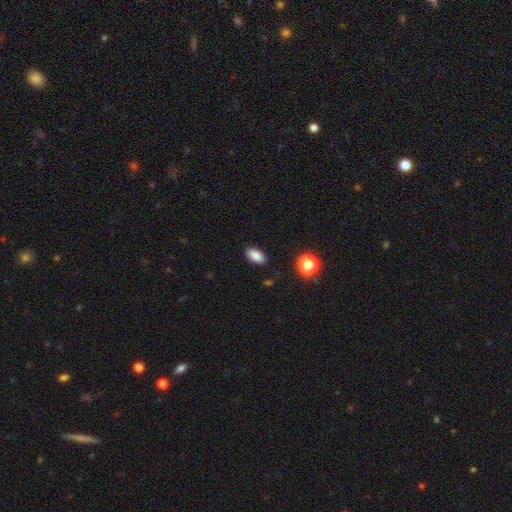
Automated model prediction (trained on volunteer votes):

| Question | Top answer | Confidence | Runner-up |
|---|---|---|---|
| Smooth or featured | smooth | 86% | star or artifact (10%) |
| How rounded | in between | 92% | round (5%) |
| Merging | none | 88% | minor disturbance (9%) |